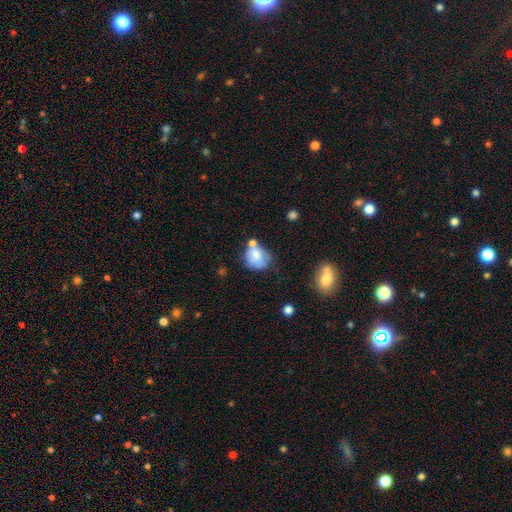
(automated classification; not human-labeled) smooth_or_featured: smooth (p=0.69) [alt: featured or disk p=0.23]
how_rounded: round (p=0.61) [alt: in between p=0.38]
merging: none (p=0.35) [alt: merger p=0.27]